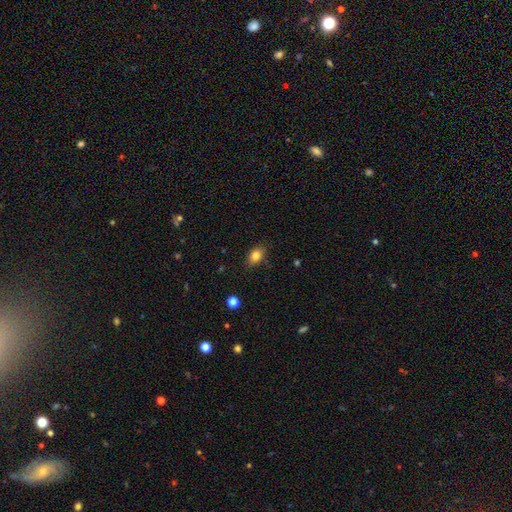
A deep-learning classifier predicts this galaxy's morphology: Overall: smooth (82%). How rounded: in between (79%). Merging: none (82%).